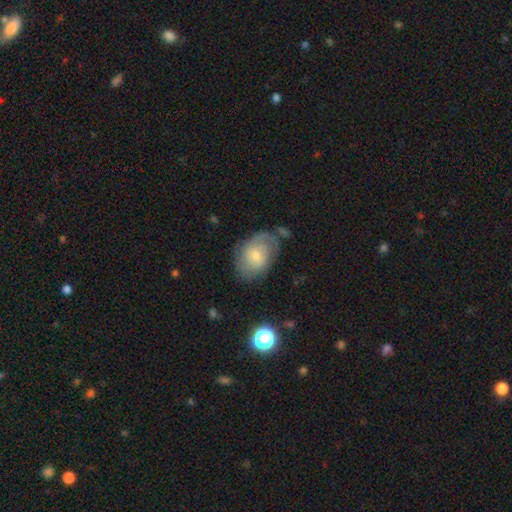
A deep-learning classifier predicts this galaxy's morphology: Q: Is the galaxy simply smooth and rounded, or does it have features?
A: smooth — 48%.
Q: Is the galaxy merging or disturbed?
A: none — 54%.